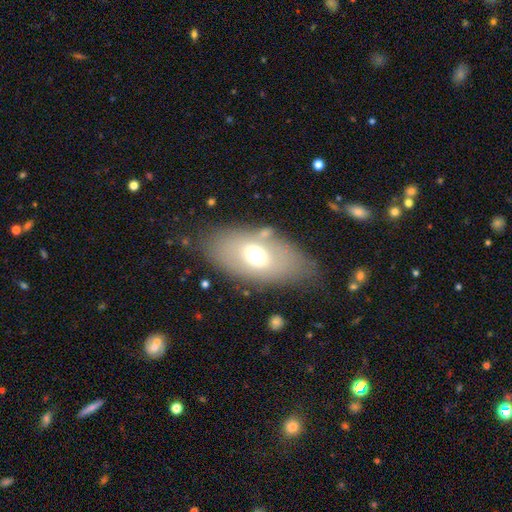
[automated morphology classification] A smooth galaxy with no disk features (57%) that is in between round and cigar-shaped (90%). Merging: none (72%).